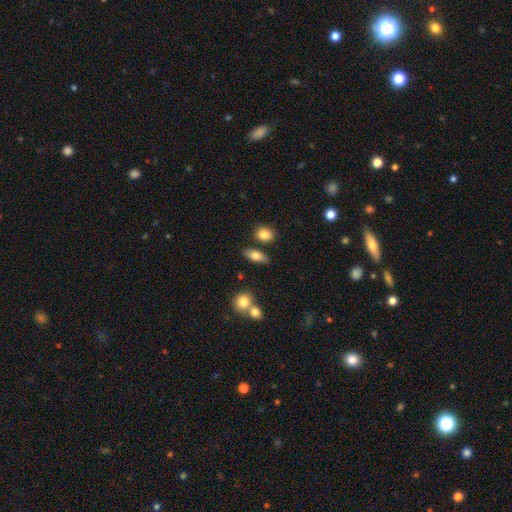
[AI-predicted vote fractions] A smooth galaxy with no disk features (76%) that is in between round and cigar-shaped (79%). Merging: none (77%).